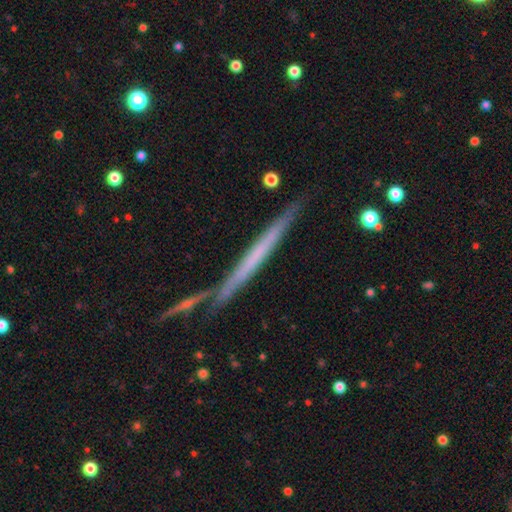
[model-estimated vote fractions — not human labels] Smooth or featured?
  - featured or disk: 56% *
  - smooth: 37%
  - star or artifact: 7%
Edge-on disk?
  - yes: 96% *
  - no: 4%
Edge-on bulge?
  - none: 89% *
  - rounded: 7%
  - boxy: 4%
Merging?
  - none: 81% *
  - minor disturbance: 10%
  - merger: 7%
  - major disturbance: 3%